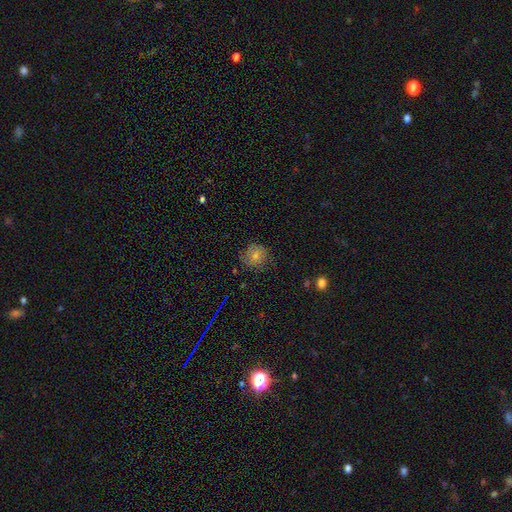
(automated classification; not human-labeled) A smooth galaxy with no disk features (70%) that is round (85%). Merging: none (73%).